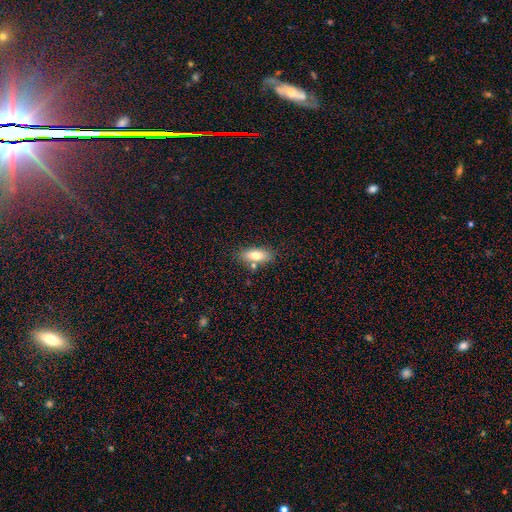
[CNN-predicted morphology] This is likely a smooth galaxy (74%). How rounded: likely in between (77%). Merging: likely none (74%).